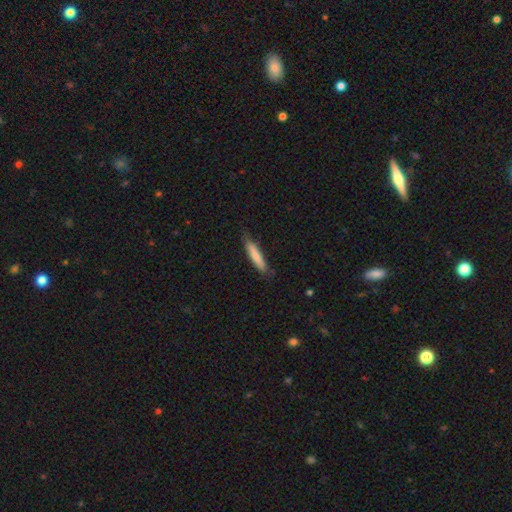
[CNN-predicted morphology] type=smooth (78%); roundness=cigar-shaped (89%); merging=none (81%).